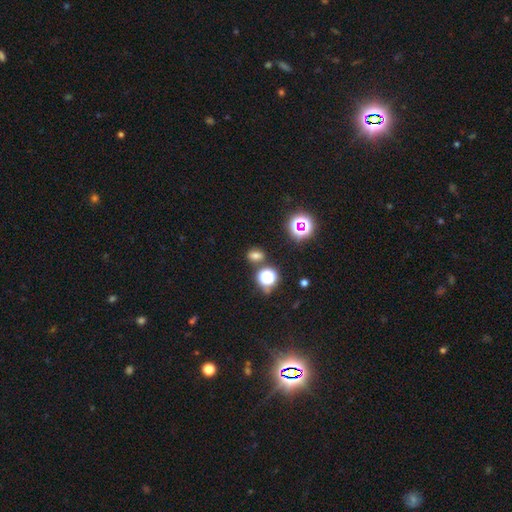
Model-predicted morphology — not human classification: Q: Smooth or featured?
A: smooth (64%); runner-up: star or artifact (28%)
Q: How rounded?
A: in between (65%); runner-up: round (33%)
Q: Merging?
A: none (77%); runner-up: minor disturbance (11%)